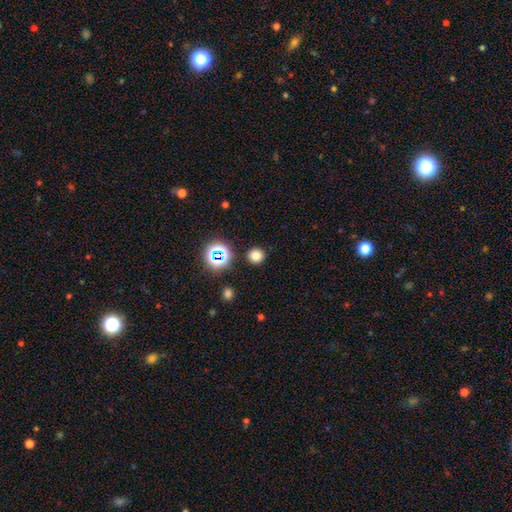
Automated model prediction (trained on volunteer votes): This appears to be a smooth galaxy with no disk features (76%) that is round (91%). Merging: none (90%).